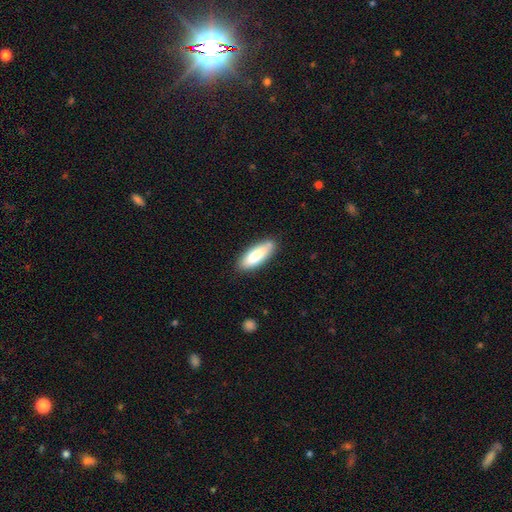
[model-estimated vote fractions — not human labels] smooth-or-featured: smooth: 82% | featured or disk: 12% | star or artifact: 6%
  how-rounded: in between: 59% | cigar-shaped: 39% | round: 2%
  merging: none: 79% | minor disturbance: 15% | major disturbance: 3% | merger: 3%